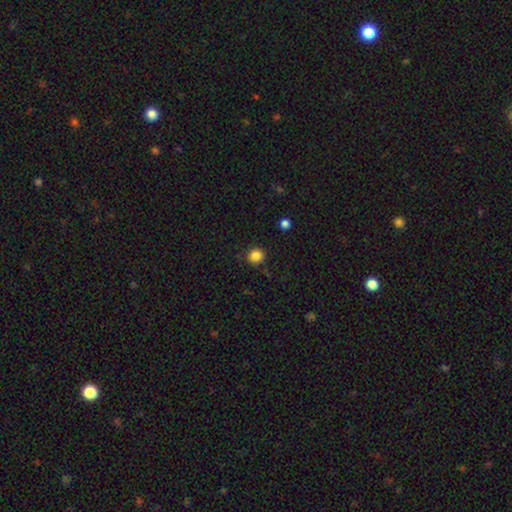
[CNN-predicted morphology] This is clearly a smooth galaxy (85%). How rounded: clearly round (89%). Merging: clearly none (87%).